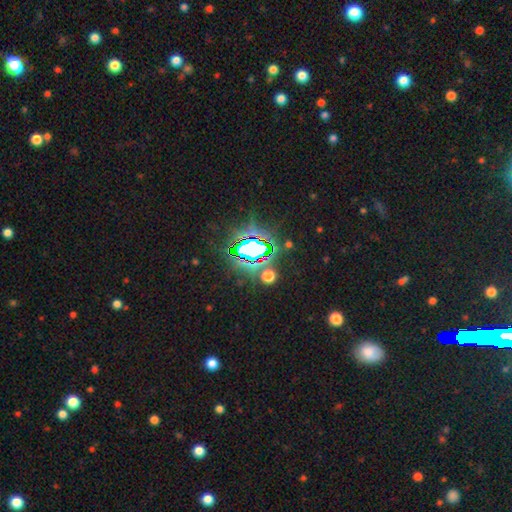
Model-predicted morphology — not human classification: This appears to be a star or artifact, not a galaxy (82%).